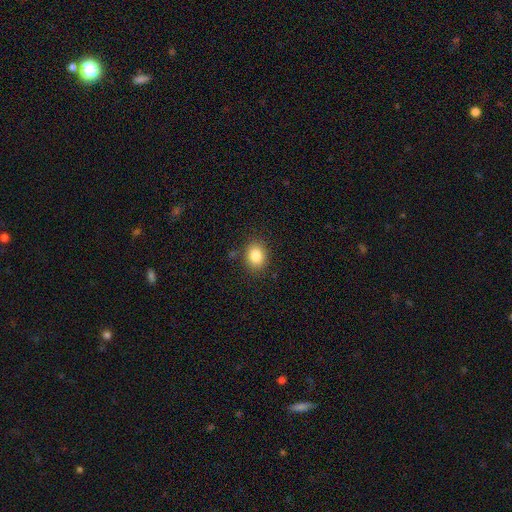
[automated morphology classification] A smooth galaxy with no disk features (84%) that is in between round and cigar-shaped (50%). Merging: none (86%).